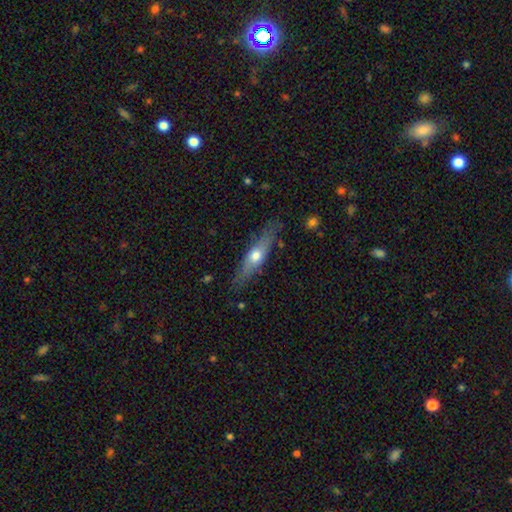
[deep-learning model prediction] Morphology: type=smooth (48%); merging=none (78%).